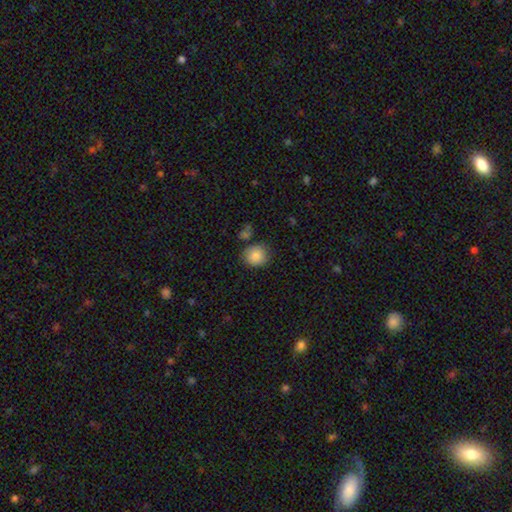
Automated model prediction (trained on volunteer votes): A smooth galaxy with no disk features (83%) that is round (73%). Merging: none (71%).